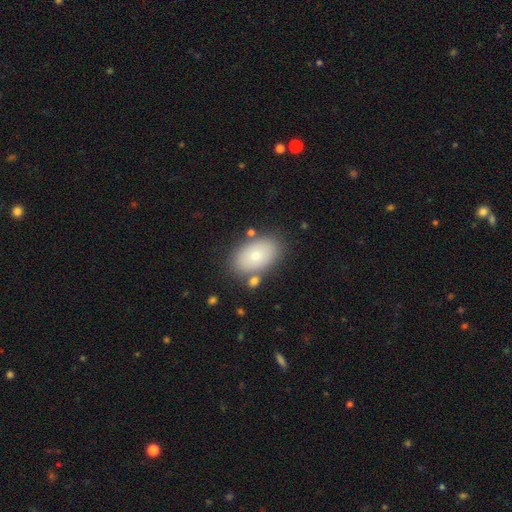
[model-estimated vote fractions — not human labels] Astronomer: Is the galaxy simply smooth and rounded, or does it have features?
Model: smooth — 76%.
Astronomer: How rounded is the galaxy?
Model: in between — 91%.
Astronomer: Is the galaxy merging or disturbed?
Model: none — 79%.